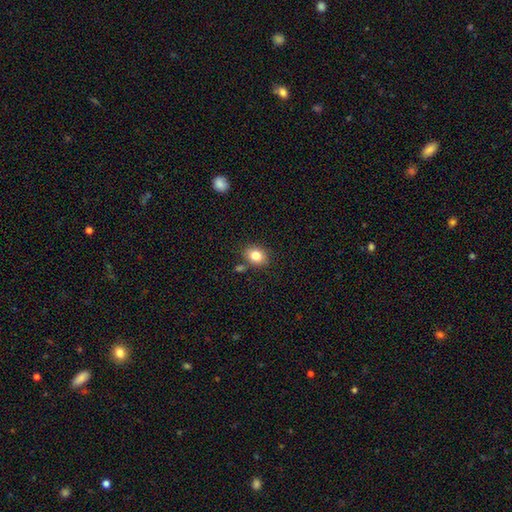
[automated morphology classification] A smooth galaxy with no disk features (83%) that is in between round and cigar-shaped (55%).

Vote fractions:
- Smooth or featured? smooth: 83% / star or artifact: 10% / featured or disk: 7%
- How rounded? in between: 55% / round: 44% / cigar-shaped: 1%
- Merging? none: 78% / minor disturbance: 12% / merger: 7% / major disturbance: 3%